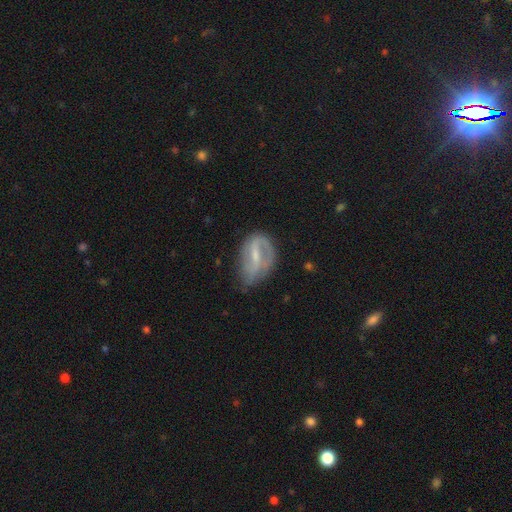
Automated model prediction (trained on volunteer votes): Smooth or featured? Predicted: featured or disk (p=0.69). Edge-on disk? Predicted: no (p=0.94). Bar? Predicted: weak (p=0.45). Spiral arms? Predicted: yes (p=0.77). Spiral winding? Predicted: medium (p=0.38). Spiral arm count? Predicted: 2 (p=0.52). Bulge size? Predicted: small (p=0.50). Merging? Predicted: none (p=0.49).